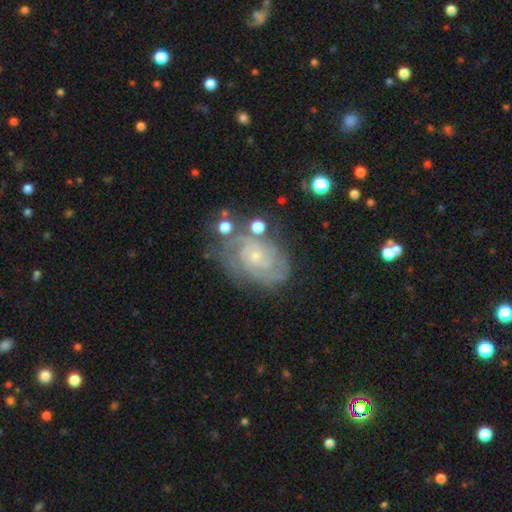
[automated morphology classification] This appears to be a featured or disk galaxy (83%) with no bar (74%), 2 (38%) tight (68%) spiral arms (94%) and a small central bulge (76%). Merging: none (64%).